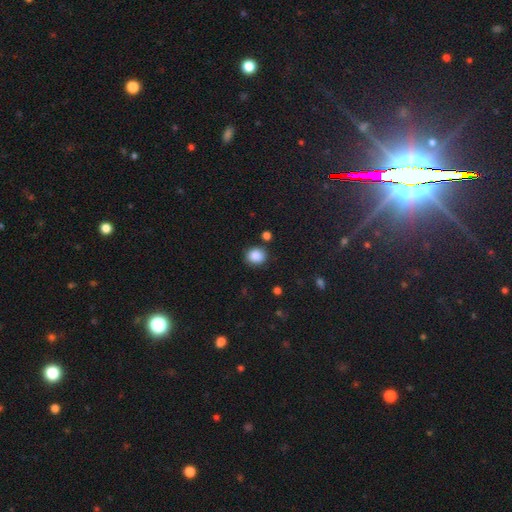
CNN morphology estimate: The model was most divided on "how rounded": round: 75%, in between: 24%, cigar-shaped: 1%. More confident: smooth or featured — smooth (87%); merging — none (82%).